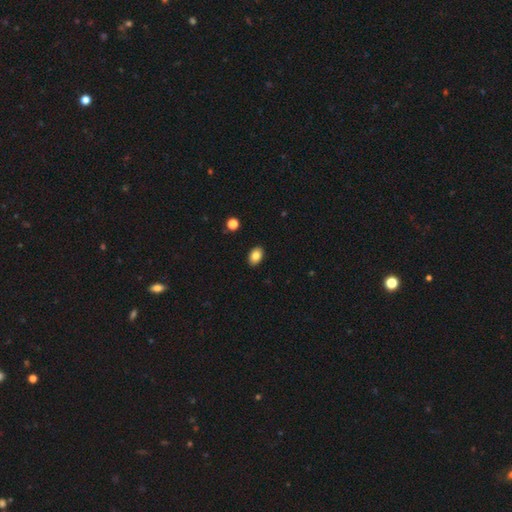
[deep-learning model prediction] smooth 84%, star or artifact 9%, featured or disk 8%. Down the decision tree: how rounded — in between (86%); merging — none (90%).